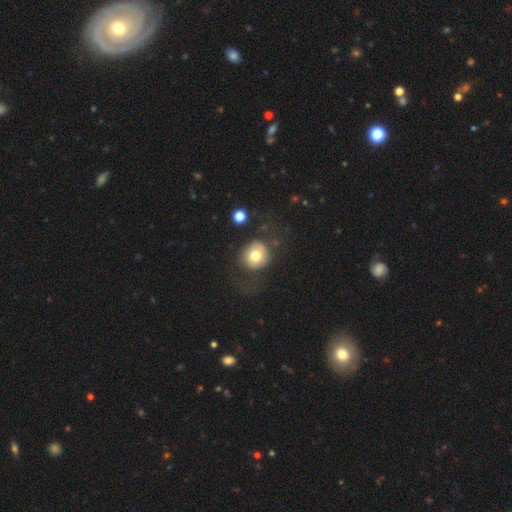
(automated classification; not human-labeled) smooth-or-featured: smooth: 72% | featured or disk: 19% | star or artifact: 9%
  how-rounded: round: 84% | in between: 15% | cigar-shaped: 1%
  merging: none: 54% | major disturbance: 23% | minor disturbance: 18% | merger: 4%